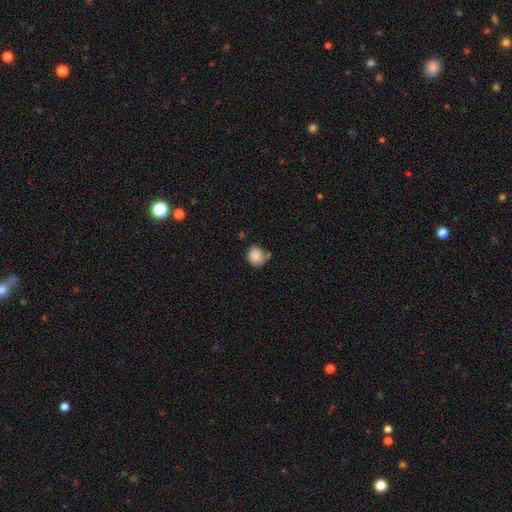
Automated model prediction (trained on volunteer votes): smooth_or_featured: smooth (p=0.87) [alt: star or artifact p=0.08]
how_rounded: round (p=0.71) [alt: in between p=0.28]
merging: none (p=0.66) [alt: minor disturbance p=0.19]